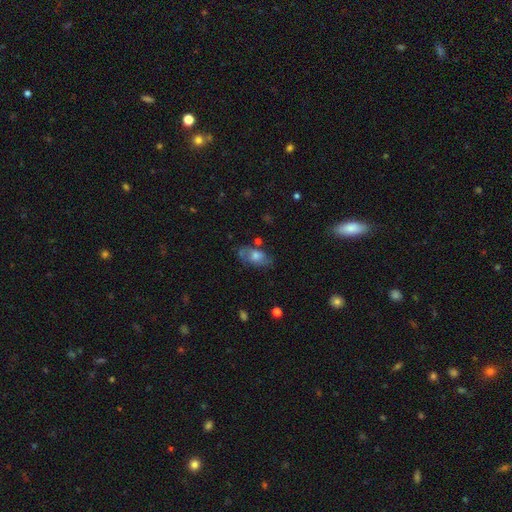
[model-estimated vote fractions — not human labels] Smooth or featured? Predicted: smooth (p=0.50). How rounded? Predicted: in between (p=0.87). Merging? Predicted: none (p=0.62).